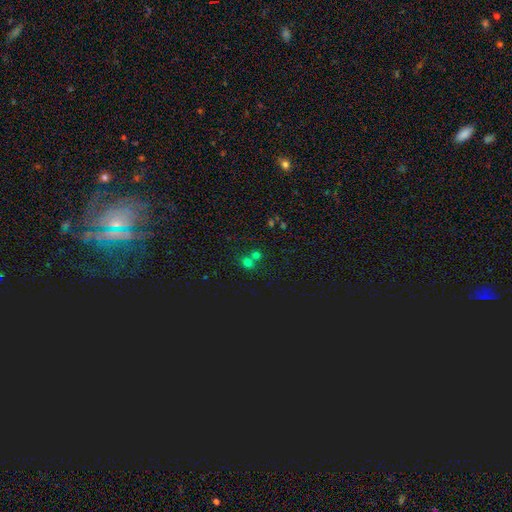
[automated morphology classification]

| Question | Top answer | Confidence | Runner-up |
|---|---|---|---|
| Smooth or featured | smooth | 63% | star or artifact (28%) |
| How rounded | round | 77% | in between (22%) |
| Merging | merger | 48% | none (44%) |